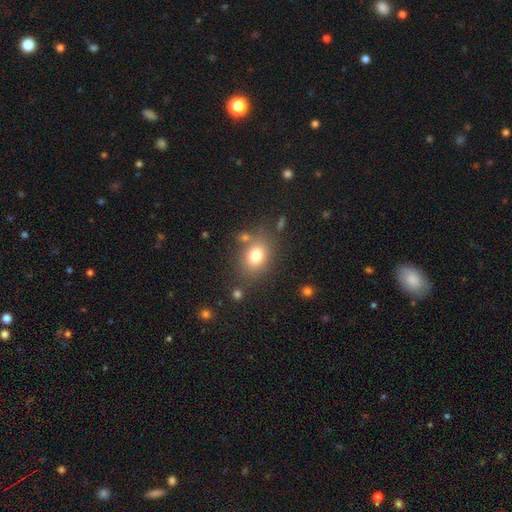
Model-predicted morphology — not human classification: This is likely a smooth galaxy (77%). How rounded: possibly in between (59%). Merging: likely none (73%).